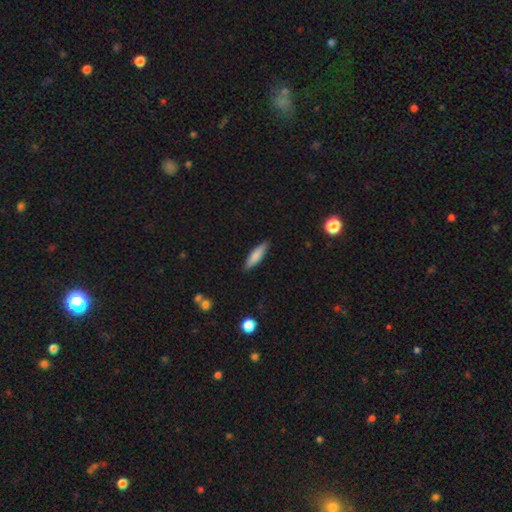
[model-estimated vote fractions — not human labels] Overall: smooth (81%). How rounded: cigar-shaped (71%). Merging: none (88%).